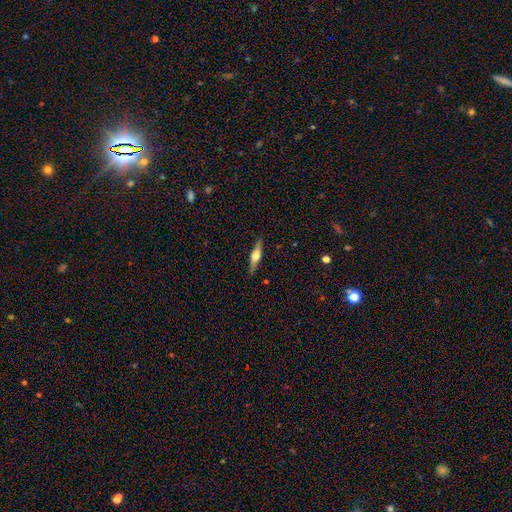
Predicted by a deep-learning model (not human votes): Smooth or featured? featured or disk (51%)
Edge-on disk? yes (93%)
Merging? none (87%)